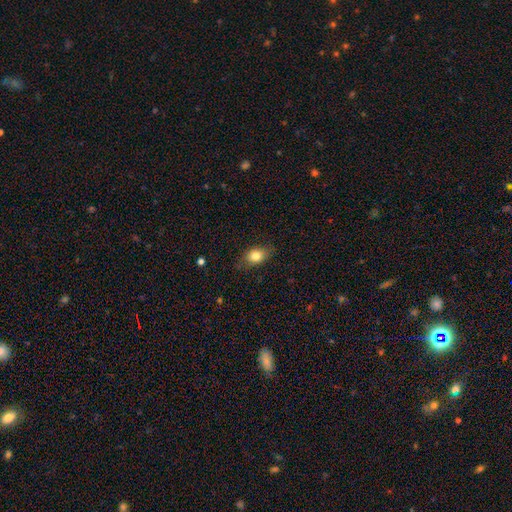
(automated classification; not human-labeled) Q: Smooth or featured?
A: smooth (80%); runner-up: featured or disk (12%)
Q: How rounded?
A: in between (75%); runner-up: round (22%)
Q: Merging?
A: none (77%); runner-up: minor disturbance (18%)